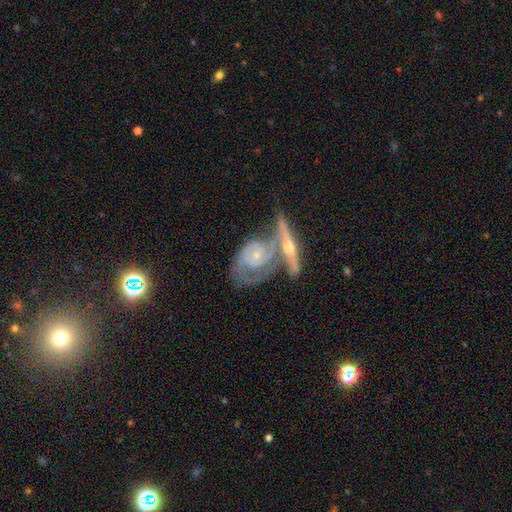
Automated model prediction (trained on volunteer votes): Morphology: type=featured or disk (84%); edge-on=no (84%); bar=no (71%); spiral arms=yes (90%); winding=tight (52%); arm count=2 (60%); bulge=small (69%); merging=merger (49%).